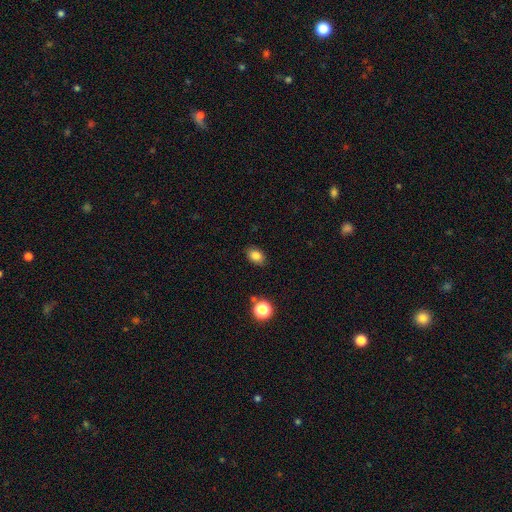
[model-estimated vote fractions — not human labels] Smooth or featured? Predicted: smooth (p=0.82). How rounded? Predicted: in between (p=0.75). Merging? Predicted: none (p=0.85).